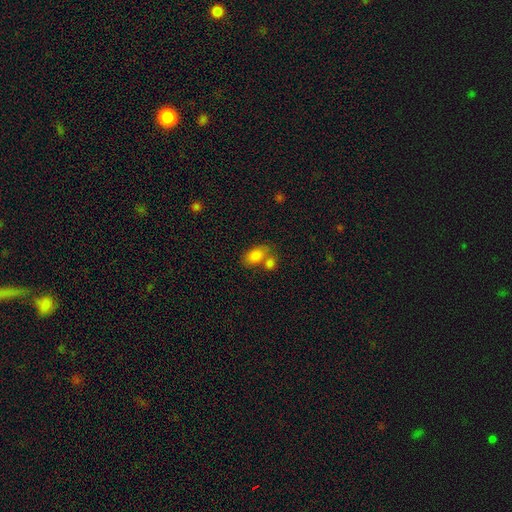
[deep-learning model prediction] Smooth or featured?
  - smooth: 83% *
  - featured or disk: 9%
  - star or artifact: 9%
How rounded?
  - in between: 87% *
  - round: 11%
  - cigar-shaped: 2%
Merging?
  - none: 44% *
  - merger: 38%
  - minor disturbance: 13%
  - major disturbance: 5%